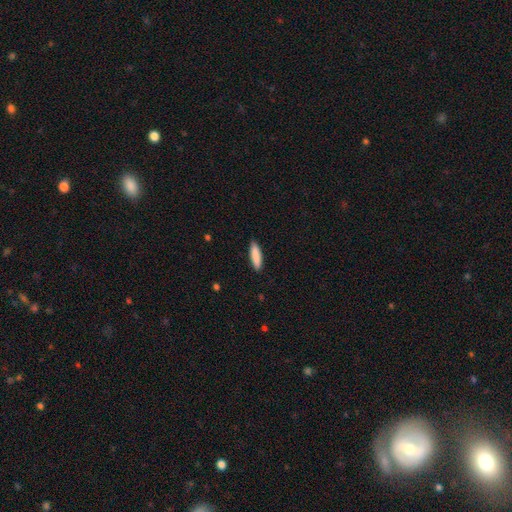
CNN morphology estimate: Overall: smooth (88%). How rounded: cigar-shaped (67%; in between 32%). Merging: none (89%).